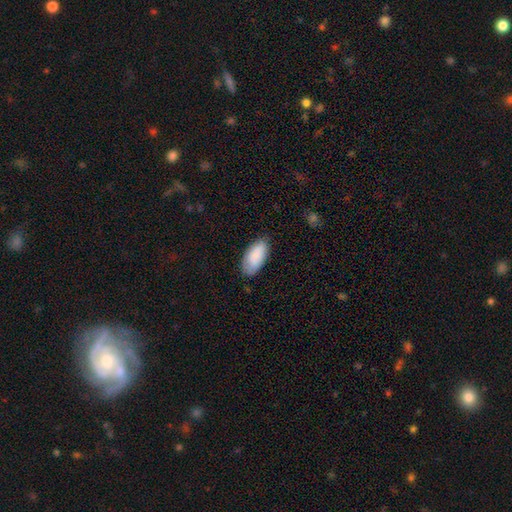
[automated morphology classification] Smooth or featured?
  - smooth: 87% *
  - featured or disk: 7%
  - star or artifact: 6%
How rounded?
  - in between: 93% *
  - cigar-shaped: 5%
  - round: 2%
Merging?
  - none: 77% *
  - minor disturbance: 18%
  - major disturbance: 3%
  - merger: 1%